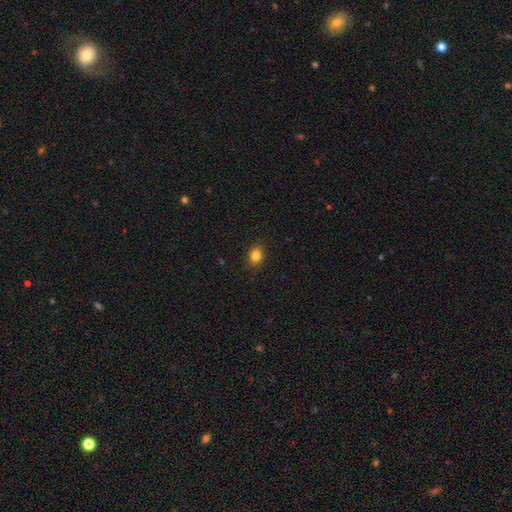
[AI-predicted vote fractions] Q: Smooth or featured?
A: smooth (83%); runner-up: star or artifact (11%)
Q: How rounded?
A: in between (53%); runner-up: round (46%)
Q: Merging?
A: none (88%); runner-up: minor disturbance (9%)